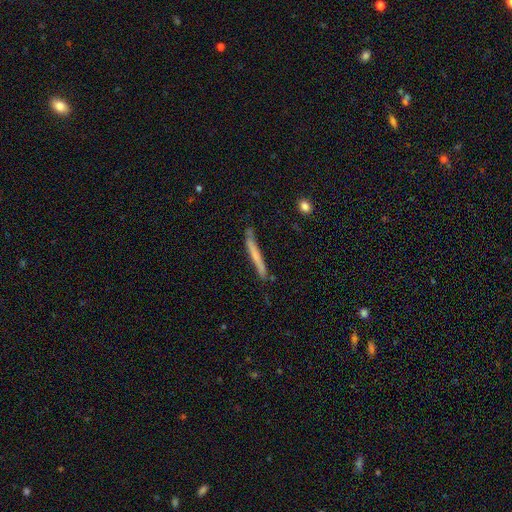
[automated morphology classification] Overall: smooth (53%; featured or disk 40%). How rounded: cigar-shaped (96%). Merging: none (78%).